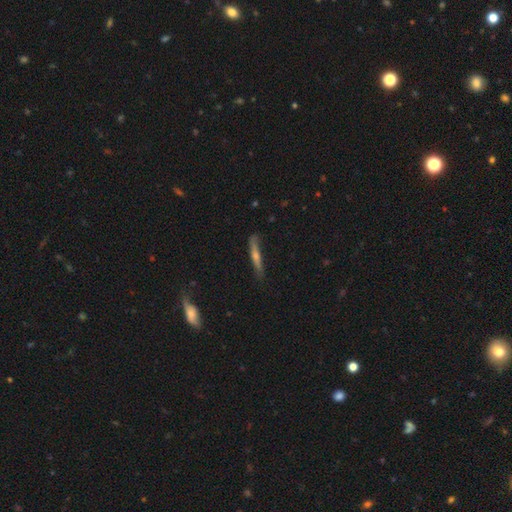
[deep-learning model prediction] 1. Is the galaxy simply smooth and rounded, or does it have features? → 58% featured or disk, 35% smooth, 8% star or artifact.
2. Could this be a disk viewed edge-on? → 91% yes, 9% no.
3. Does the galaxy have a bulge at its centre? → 75% rounded, 19% none, 6% boxy.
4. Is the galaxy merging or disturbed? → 76% none, 18% minor disturbance, 4% major disturbance, 2% merger.